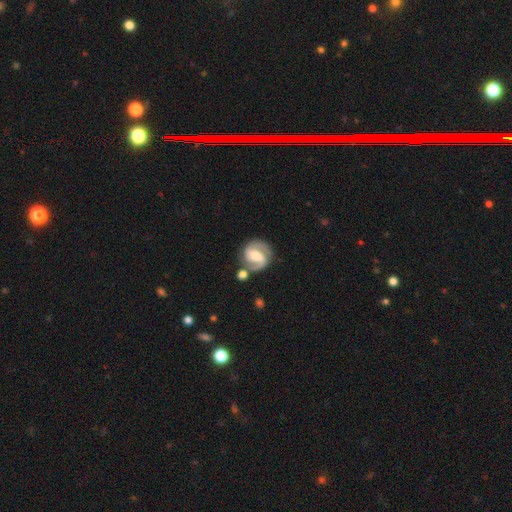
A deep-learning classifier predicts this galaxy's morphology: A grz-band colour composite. It shows a featured or disk galaxy (85%) with a weak bar (47%), 2 (88%) medium (51%) spiral arms (97%) and a moderate central bulge (46%). Merging: none (64%).